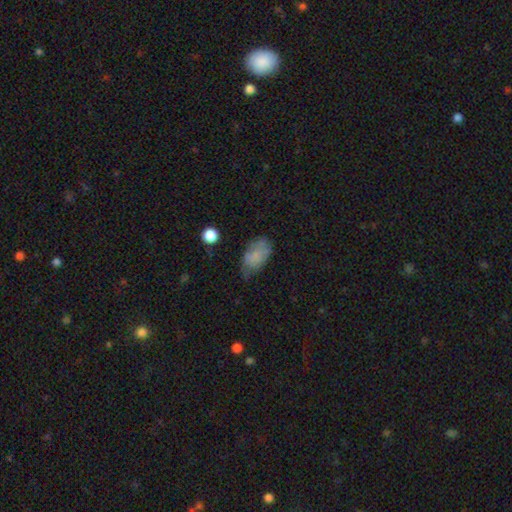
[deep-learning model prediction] This is likely a smooth galaxy (73%). How rounded: clearly in between (92%). Merging: possibly none (52%).